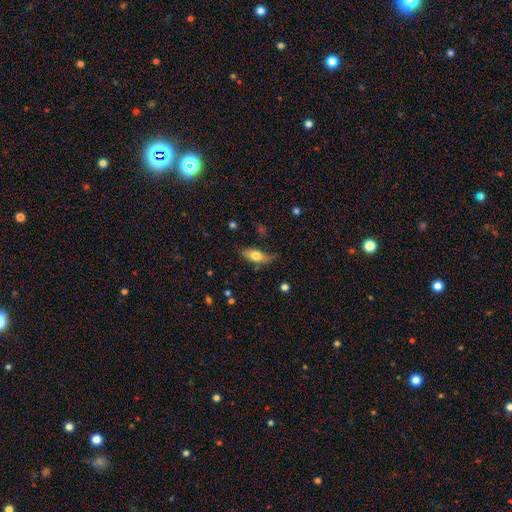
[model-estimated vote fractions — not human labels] Q: Smooth or featured?
A: smooth (69%); runner-up: featured or disk (25%)
Q: How rounded?
A: in between (76%); runner-up: cigar-shaped (21%)
Q: Merging?
A: none (57%); runner-up: minor disturbance (31%)